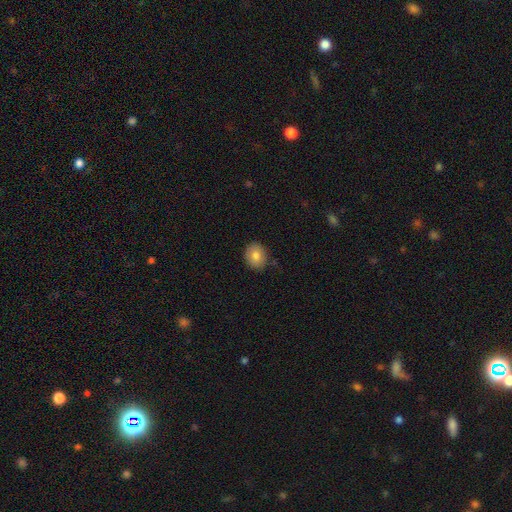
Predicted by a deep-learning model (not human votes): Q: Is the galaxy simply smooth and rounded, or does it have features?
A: smooth — 82%.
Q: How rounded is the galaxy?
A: round — 65%.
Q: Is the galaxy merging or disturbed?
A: none — 86%.